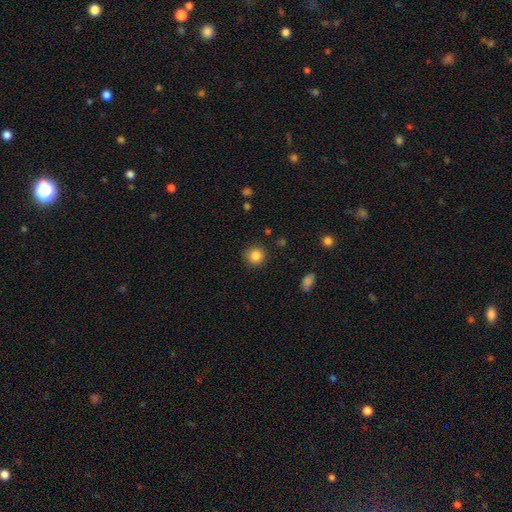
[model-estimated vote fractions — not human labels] A smooth galaxy with no disk features (85%) that is round (92%). Merging: none (89%).